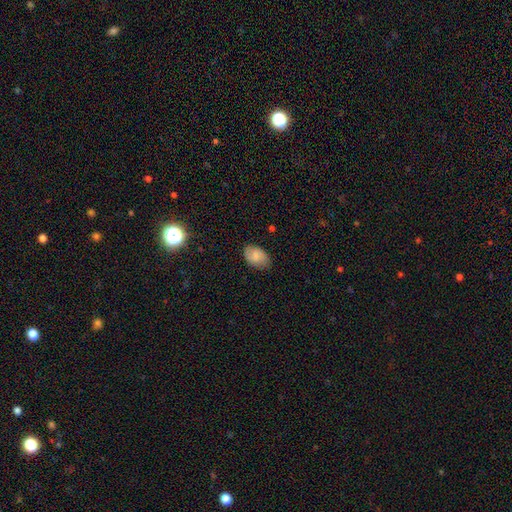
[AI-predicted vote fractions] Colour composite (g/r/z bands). It shows a smooth galaxy with no disk features (74%) that is in between round and cigar-shaped (89%). Merging: none (76%).